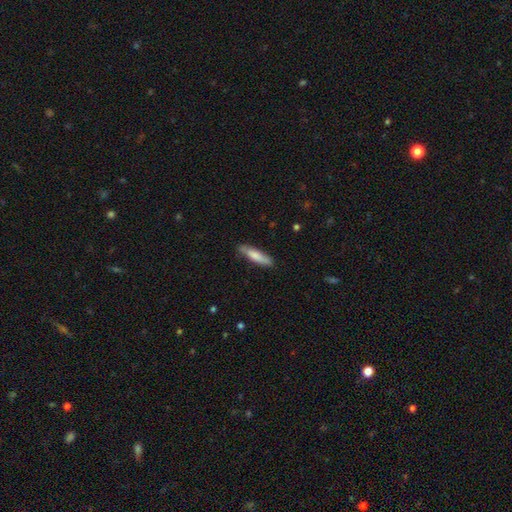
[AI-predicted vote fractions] Overall: smooth (76%). How rounded: cigar-shaped (78%). Merging: none (82%).